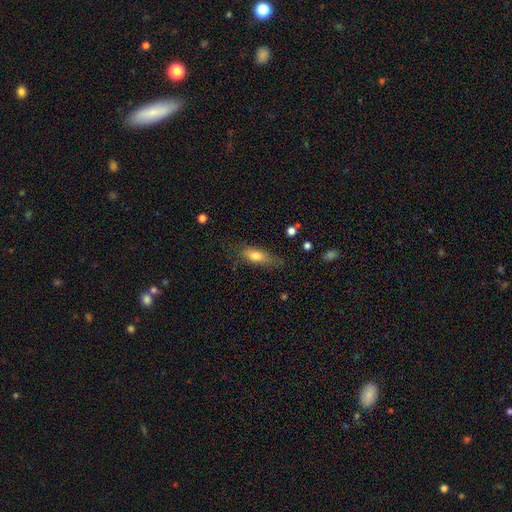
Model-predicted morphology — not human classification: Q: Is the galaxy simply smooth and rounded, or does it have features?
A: smooth — 74%.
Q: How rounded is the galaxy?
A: in between — 68%.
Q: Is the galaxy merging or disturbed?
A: none — 64%.